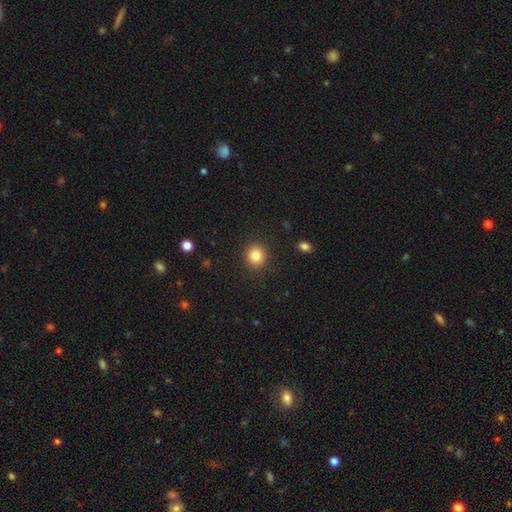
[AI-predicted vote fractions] Smooth or featured: smooth — 84% (star or artifact — 11%)
How rounded: round — 86% (in between — 13%)
Merging: none — 90% (minor disturbance — 7%)